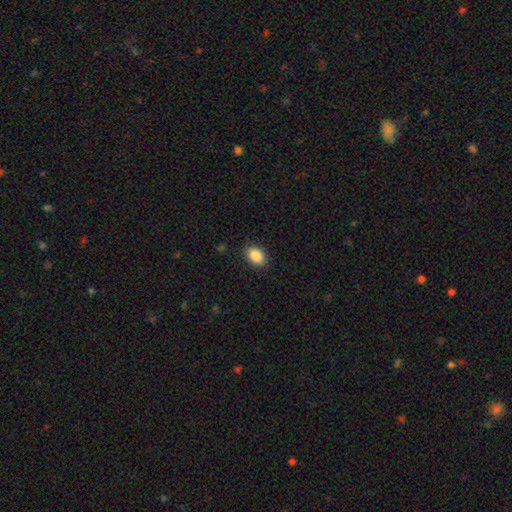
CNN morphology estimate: Smooth or featured? smooth (88%)
How rounded? in between (83%)
Merging? none (87%)